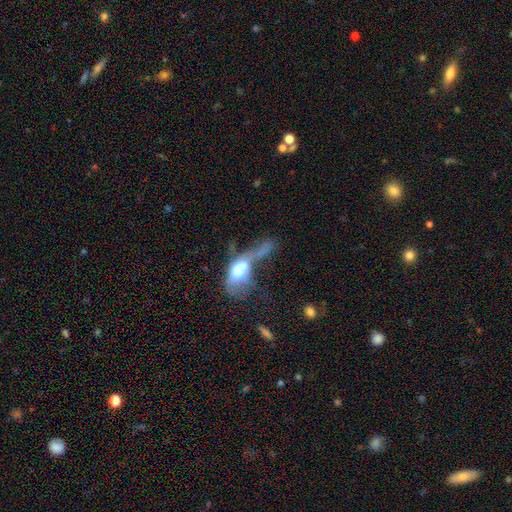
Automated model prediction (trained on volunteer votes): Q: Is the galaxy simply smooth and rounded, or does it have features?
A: smooth — 47%.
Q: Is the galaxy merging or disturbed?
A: merger — 30%.